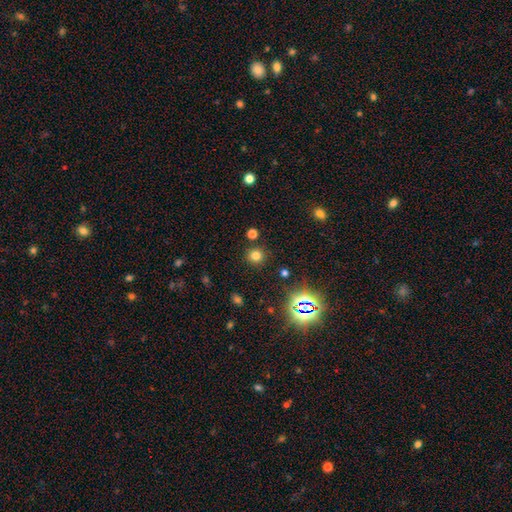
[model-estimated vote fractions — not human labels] Smooth or featured? smooth (75%)
How rounded? round (92%)
Merging? none (88%)